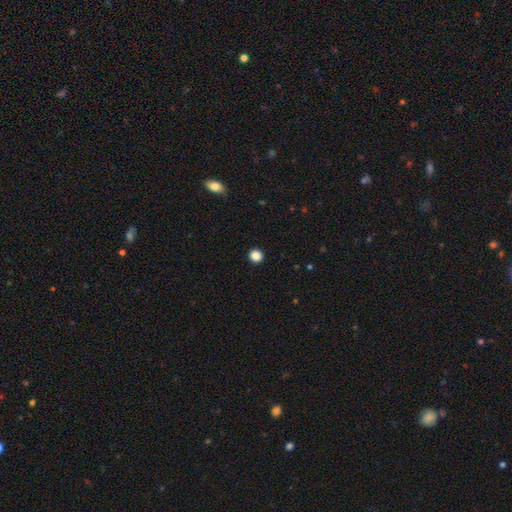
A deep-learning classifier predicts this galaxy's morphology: This appears to be a smooth galaxy with no disk features (86%) that is round (95%). Merging: none (94%).